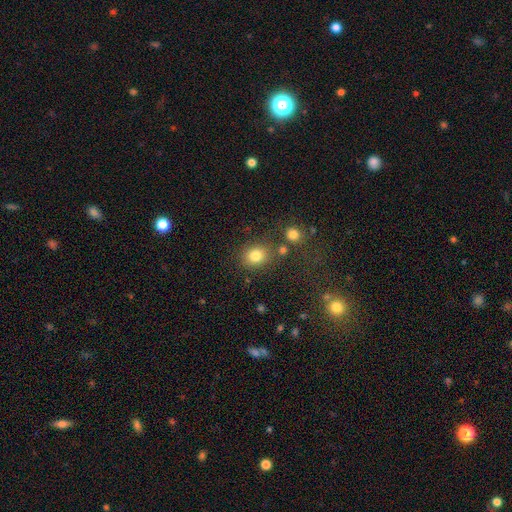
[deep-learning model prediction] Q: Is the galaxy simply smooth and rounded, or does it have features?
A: smooth — 81%.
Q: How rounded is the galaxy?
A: round — 67%.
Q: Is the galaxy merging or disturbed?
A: none — 76%.